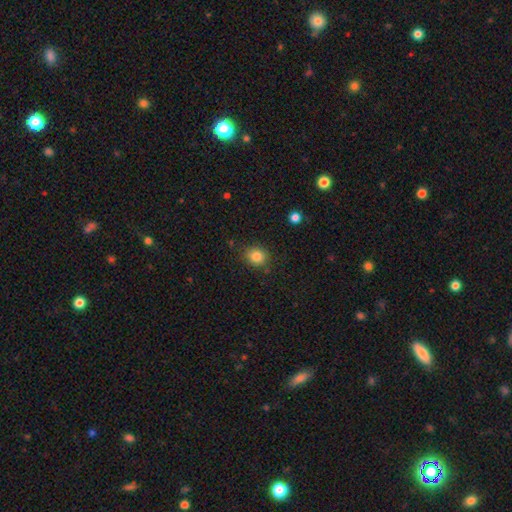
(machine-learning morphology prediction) Q: Smooth or featured?
A: smooth (84%); runner-up: star or artifact (11%)
Q: How rounded?
A: round (74%); runner-up: in between (25%)
Q: Merging?
A: none (82%); runner-up: minor disturbance (13%)